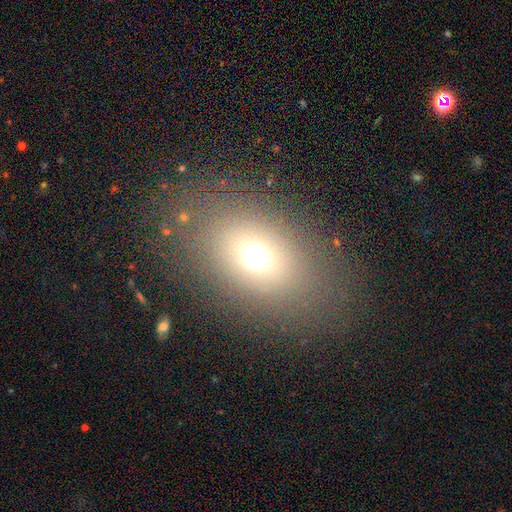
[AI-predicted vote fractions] A smooth galaxy with no disk features (65%) that is in between round and cigar-shaped (69%).

Vote fractions:
- Smooth or featured? smooth: 65% / star or artifact: 20% / featured or disk: 14%
- How rounded? in between: 69% / round: 29% / cigar-shaped: 2%
- Merging? none: 81% / minor disturbance: 10% / major disturbance: 7% / merger: 2%